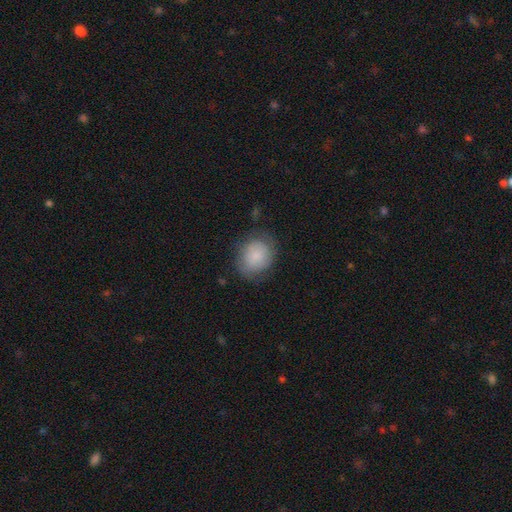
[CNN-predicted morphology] Smooth or featured?
  - smooth: 78% *
  - featured or disk: 14%
  - star or artifact: 7%
How rounded?
  - round: 68% *
  - in between: 31%
  - cigar-shaped: 1%
Merging?
  - none: 69% *
  - minor disturbance: 22%
  - major disturbance: 8%
  - merger: 1%